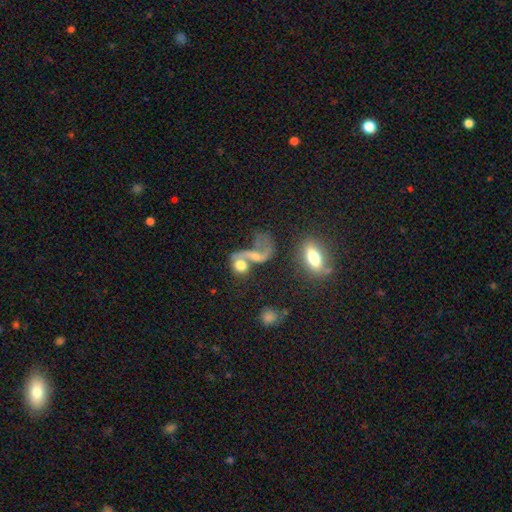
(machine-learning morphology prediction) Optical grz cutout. It shows a featured or disk galaxy (56%) with no bar (63%), spiral arms (67%) and a moderate central bulge (33%). Merging: merger (47%).